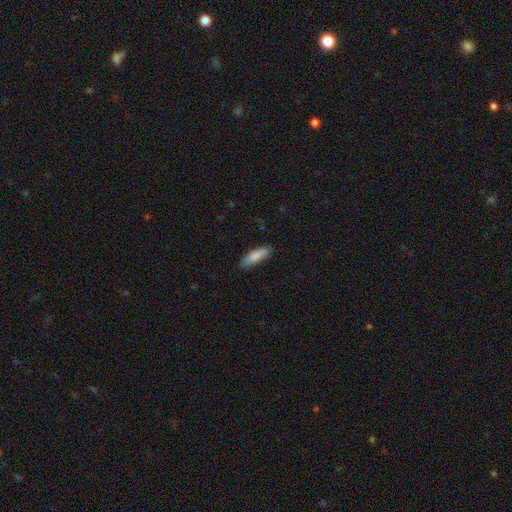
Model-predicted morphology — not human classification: Smooth or featured? smooth (84%)
How rounded? in between (50%)
Merging? none (81%)